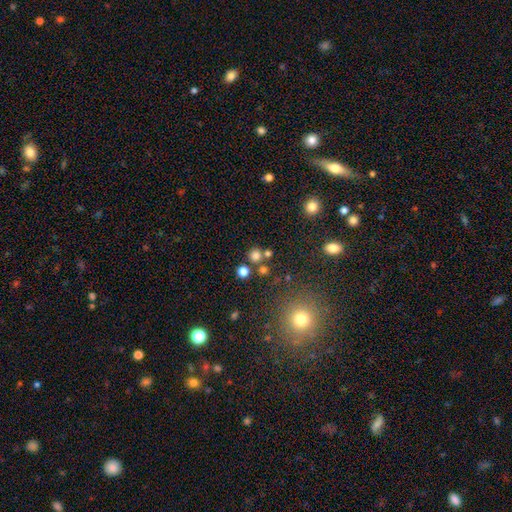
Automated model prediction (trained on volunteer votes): Smooth or featured: smooth — 73% (star or artifact — 20%)
How rounded: round — 91% (in between — 8%)
Merging: none — 72% (merger — 18%)